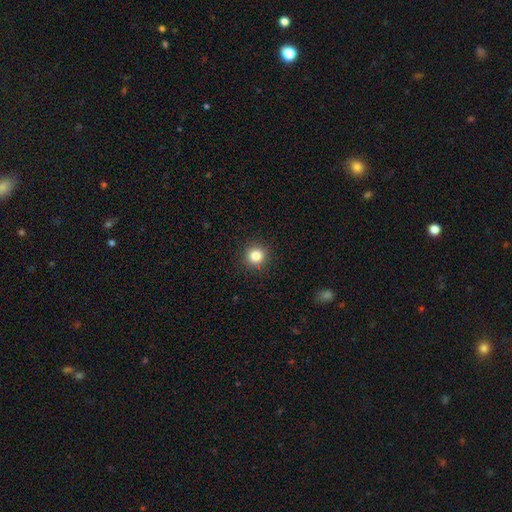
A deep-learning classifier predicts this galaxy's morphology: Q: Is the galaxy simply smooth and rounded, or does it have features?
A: smooth — 82%.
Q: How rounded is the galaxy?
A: round — 94%.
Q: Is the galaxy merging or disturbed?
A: none — 92%.